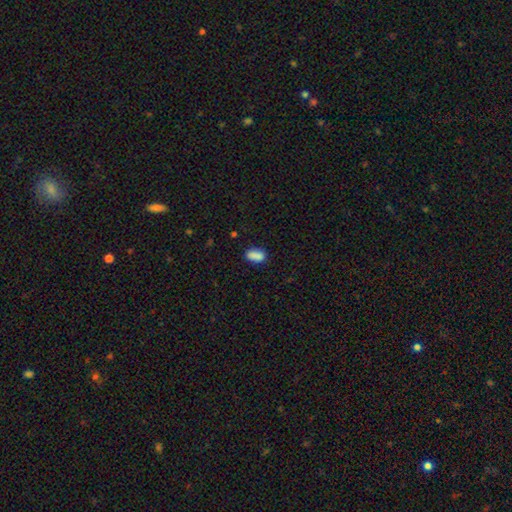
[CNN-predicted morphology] The model was most divided on "merging": none: 72%, minor disturbance: 16%, merger: 8%, major disturbance: 4%. More confident: how rounded — in between (87%); smooth or featured — smooth (85%).